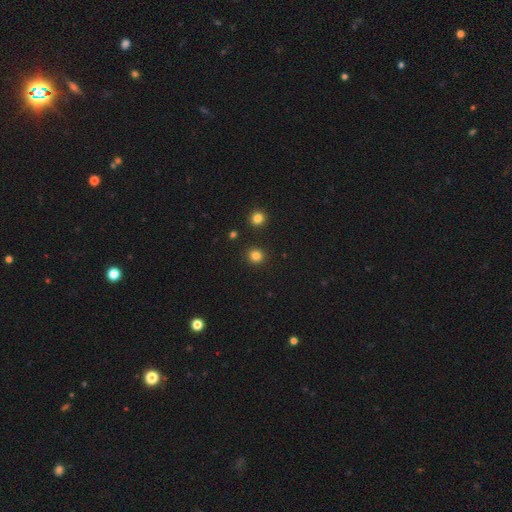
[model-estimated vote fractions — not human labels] This is clearly a smooth galaxy (83%). How rounded: clearly round (92%). Merging: clearly none (92%).